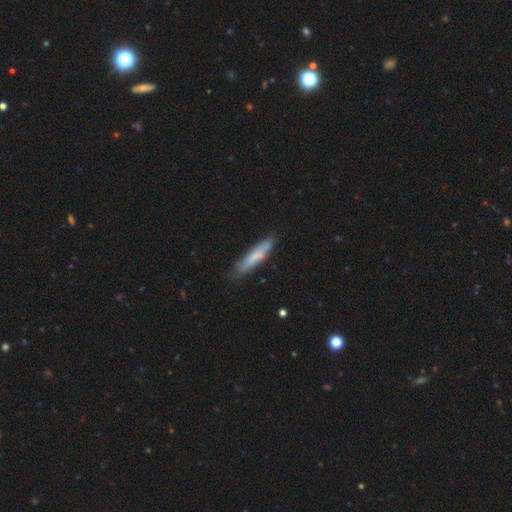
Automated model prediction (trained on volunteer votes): This is likely a smooth galaxy (68%). How rounded: clearly cigar-shaped (85%). Merging: likely none (77%).